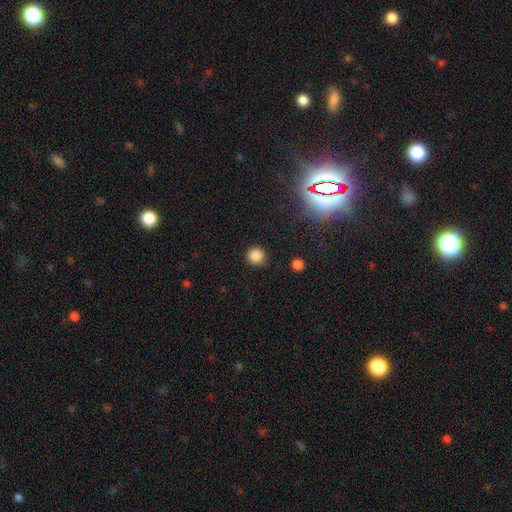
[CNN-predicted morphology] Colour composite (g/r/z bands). It shows a smooth galaxy with no disk features (84%) that is round (93%). Merging: none (85%).